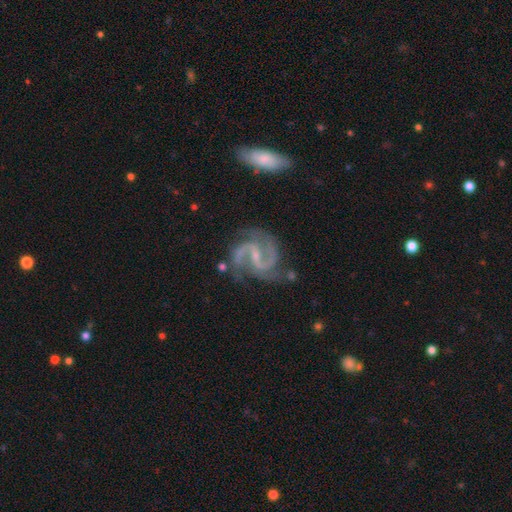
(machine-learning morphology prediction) A featured or disk galaxy (93%) with a weak bar (45%), 2 (88%) medium (63%) spiral arms (98%) and a small central bulge (72%).

Vote fractions:
- Smooth or featured? featured or disk: 93% / star or artifact: 5% / smooth: 3%
- Edge-on disk? no: 98% / yes: 2%
- Bar? weak: 45% / strong: 36% / no: 19%
- Spiral arms? yes: 98% / no: 2%
- Spiral winding? medium: 63% / loose: 20% / tight: 17%
- Spiral arm count? 2: 88% / 3: 6% / can't tell: 2% / 4: 1% / 1: 1% / more than 4: 1%
- Bulge size? small: 72% / moderate: 14% / none: 12% / large: 1% / dominant: 1%
- Merging? none: 68% / minor disturbance: 20% / major disturbance: 8% / merger: 5%